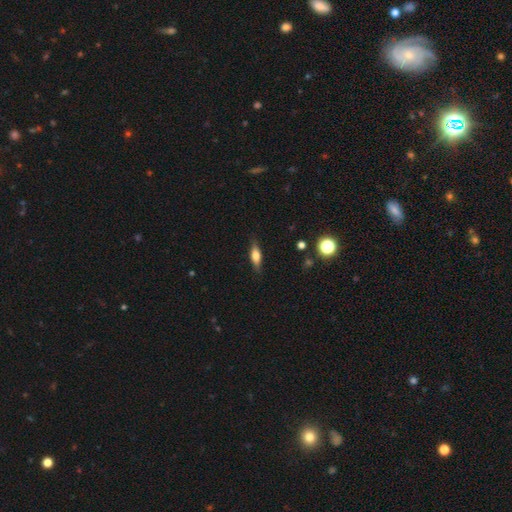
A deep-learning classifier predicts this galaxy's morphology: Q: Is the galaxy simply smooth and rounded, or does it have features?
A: smooth — 59%.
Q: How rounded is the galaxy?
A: in between — 51%.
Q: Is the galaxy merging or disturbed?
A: none — 84%.